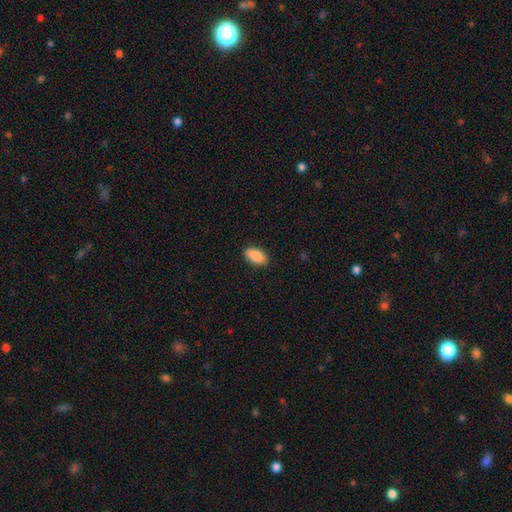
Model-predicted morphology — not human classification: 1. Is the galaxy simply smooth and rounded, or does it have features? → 90% smooth, 6% star or artifact, 4% featured or disk.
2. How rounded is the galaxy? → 94% in between, 3% round, 3% cigar-shaped.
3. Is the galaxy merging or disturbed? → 88% none, 9% minor disturbance, 2% major disturbance, 1% merger.